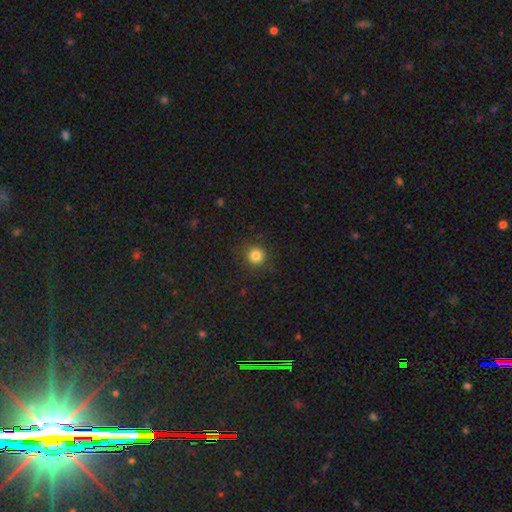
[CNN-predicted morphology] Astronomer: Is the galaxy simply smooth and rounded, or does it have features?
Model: smooth — 83%.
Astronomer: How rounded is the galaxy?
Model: round — 92%.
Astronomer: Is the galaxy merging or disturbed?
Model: none — 89%.